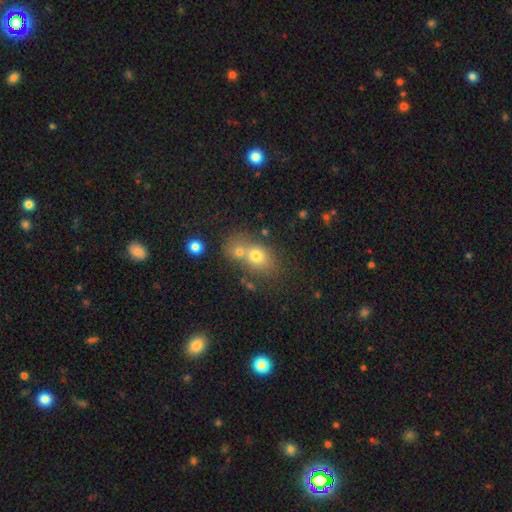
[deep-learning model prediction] The model was most divided on "how rounded": in between: 50%, round: 49%, cigar-shaped: 1%. More confident: smooth or featured — smooth (70%); merging — merger (51%).